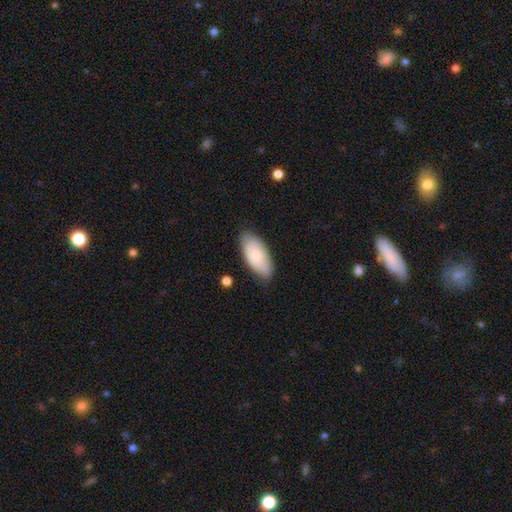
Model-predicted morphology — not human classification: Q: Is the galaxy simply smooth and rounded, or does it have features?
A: smooth — 75%.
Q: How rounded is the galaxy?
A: in between — 92%.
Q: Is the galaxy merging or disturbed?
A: none — 76%.